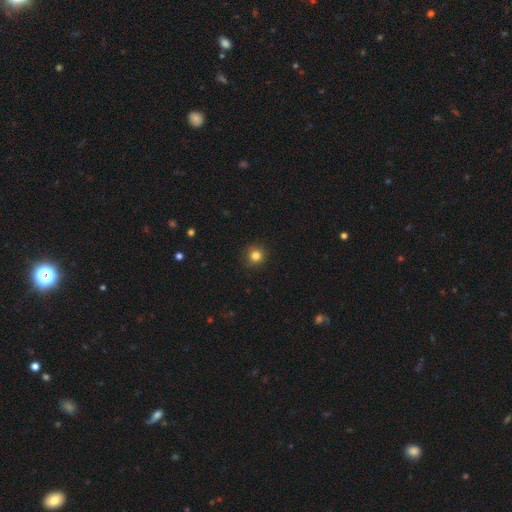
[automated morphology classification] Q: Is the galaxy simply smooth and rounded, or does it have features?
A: smooth — 83%.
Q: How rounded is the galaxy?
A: round — 94%.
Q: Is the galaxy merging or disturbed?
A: none — 90%.